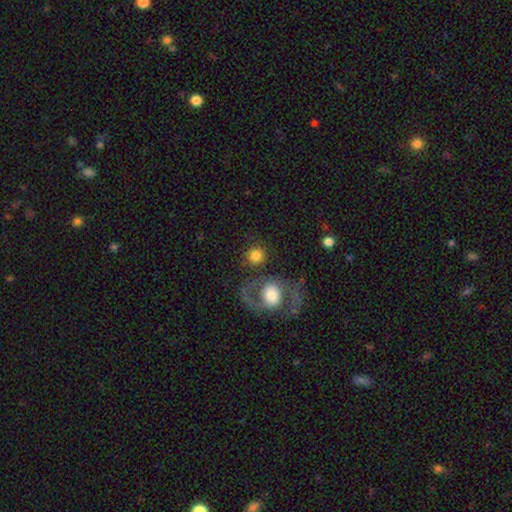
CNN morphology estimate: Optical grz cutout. It shows a smooth galaxy with no disk features (76%) that is round (91%). Merging: none (67%).